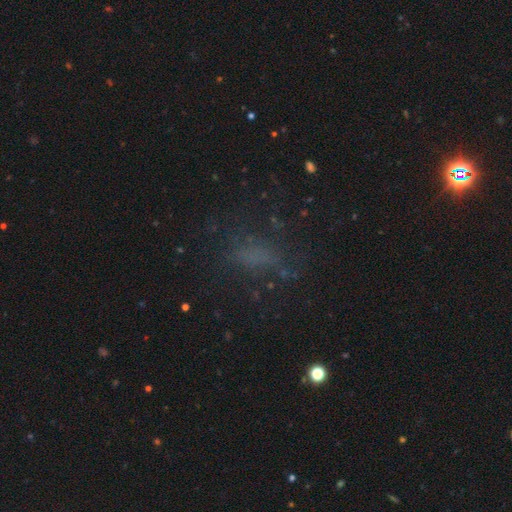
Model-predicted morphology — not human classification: The model was most divided on "smooth or featured": smooth: 42%, star or artifact: 33%, featured or disk: 24%. More confident: merging — none (59%).